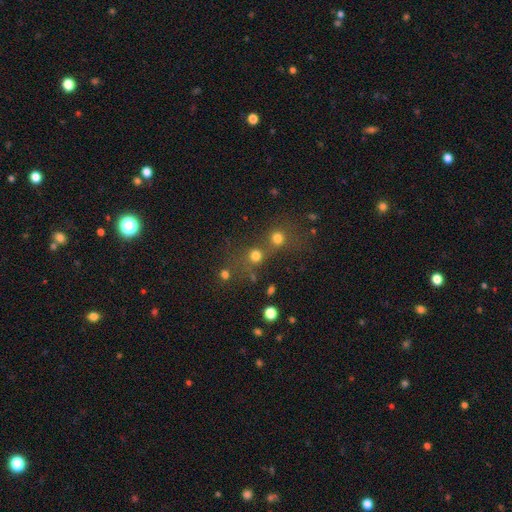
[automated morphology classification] smooth_or_featured: smooth (p=0.74) [alt: star or artifact p=0.18]
how_rounded: round (p=0.88) [alt: in between p=0.11]
merging: none (p=0.52) [alt: merger p=0.35]